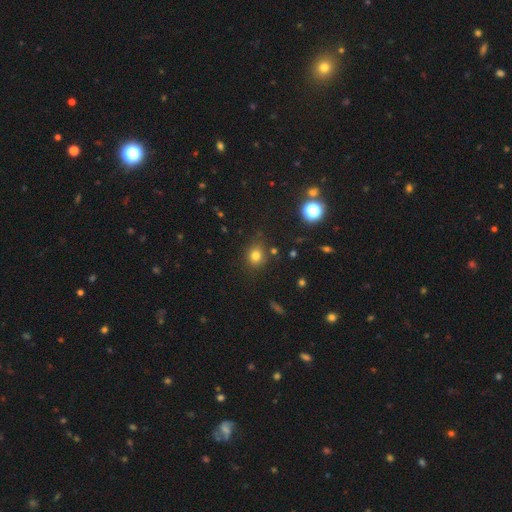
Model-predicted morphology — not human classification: smooth-or-featured: smooth: 77% | star or artifact: 16% | featured or disk: 7%
  how-rounded: round: 72% | in between: 27% | cigar-shaped: 1%
  merging: none: 80% | minor disturbance: 13% | major disturbance: 4% | merger: 4%